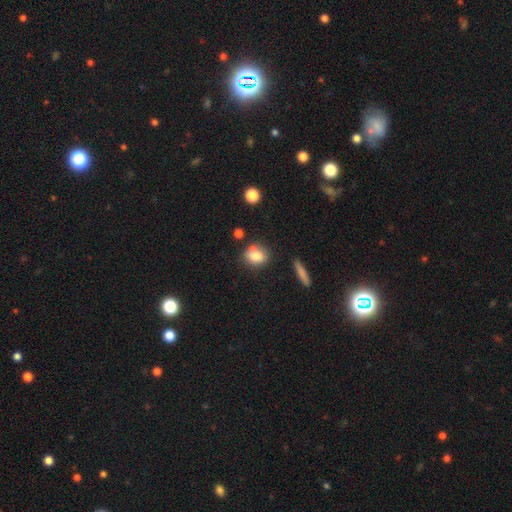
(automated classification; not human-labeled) smooth-or-featured: smooth: 79% | featured or disk: 12% | star or artifact: 10%
  how-rounded: in between: 49% | round: 48% | cigar-shaped: 3%
  merging: none: 68% | minor disturbance: 19% | merger: 9% | major disturbance: 5%